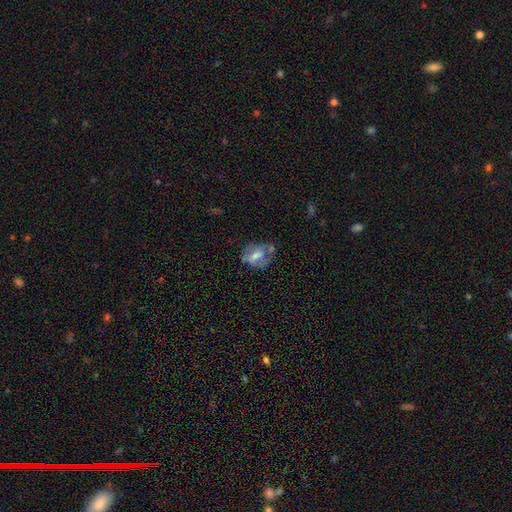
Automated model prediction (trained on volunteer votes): smooth 48%, featured or disk 44%, star or artifact 9%. Down the decision tree: merging — none (40%).